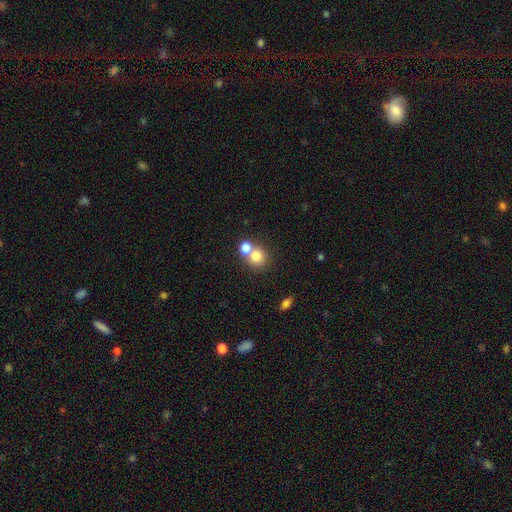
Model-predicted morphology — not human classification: A smooth galaxy with no disk features (76%) that is round (81%).

Vote fractions:
- Smooth or featured? smooth: 76% / featured or disk: 12% / star or artifact: 11%
- How rounded? round: 81% / in between: 18% / cigar-shaped: 1%
- Merging? merger: 51% / none: 40% / minor disturbance: 6% / major disturbance: 3%